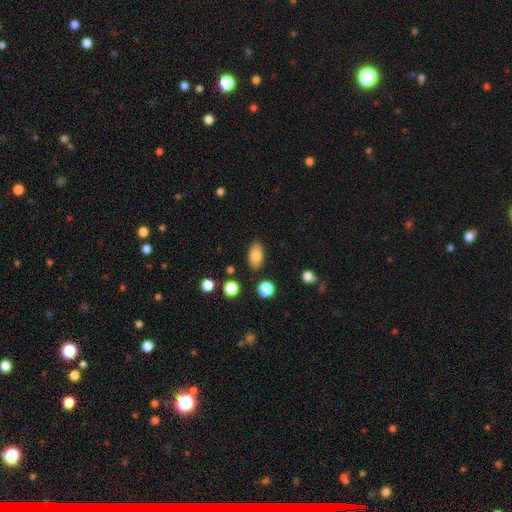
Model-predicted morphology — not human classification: A smooth galaxy with no disk features (80%) that is in between round and cigar-shaped (91%).

Vote fractions:
- Smooth or featured? smooth: 80% / featured or disk: 11% / star or artifact: 9%
- How rounded? in between: 91% / round: 6% / cigar-shaped: 3%
- Merging? none: 85% / minor disturbance: 10% / major disturbance: 2% / merger: 2%